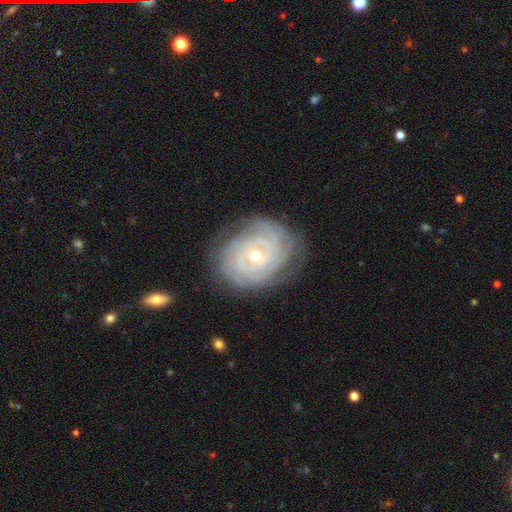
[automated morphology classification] This appears to be a featured or disk galaxy (87%) with no bar (73%), tight (86%) spiral arms (95%) and a small central bulge (50%). Merging: none (78%).